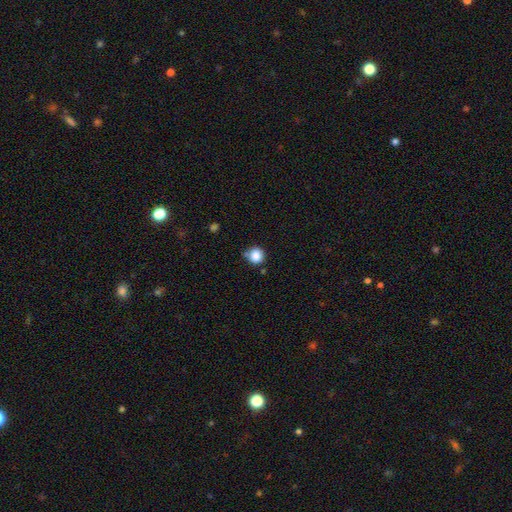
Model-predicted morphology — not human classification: type=smooth (85%); roundness=round (89%); merging=none (72%).